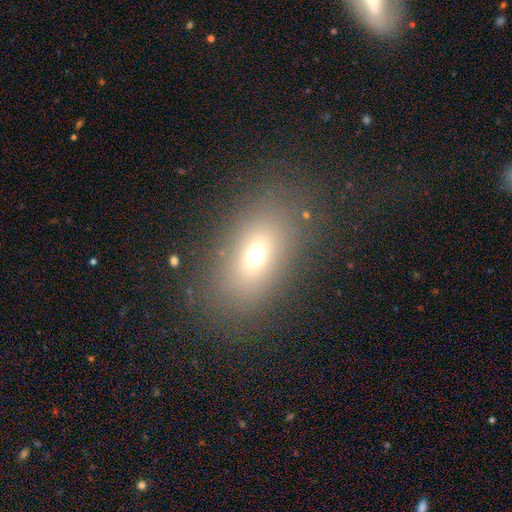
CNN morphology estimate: The model was most divided on "smooth or featured": smooth: 65%, star or artifact: 18%, featured or disk: 17%. More confident: merging — none (81%); how rounded — in between (79%).